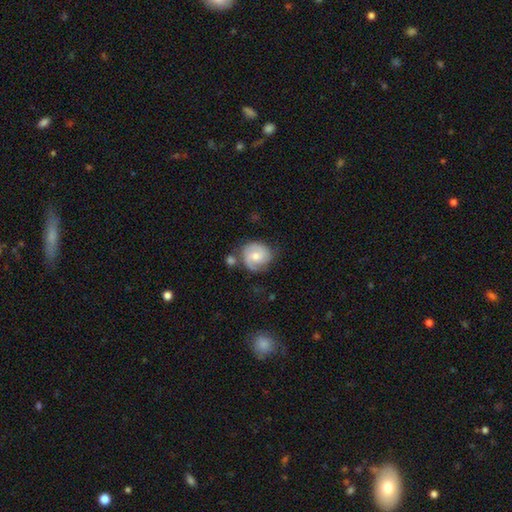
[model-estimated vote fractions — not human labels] smooth_or_featured: featured or disk (p=0.53) [alt: smooth p=0.41]
disk_edge_on: no (p=0.97) [alt: yes p=0.03]
bar: no (p=0.59) [alt: weak p=0.35]
has_spiral_arms: yes (p=0.86) [alt: no p=0.14]
bulge_size: moderate (p=0.61) [alt: small p=0.30]
merging: none (p=0.57) [alt: minor disturbance p=0.23]